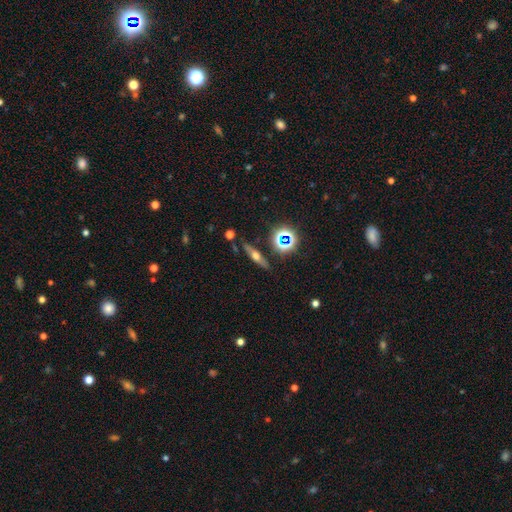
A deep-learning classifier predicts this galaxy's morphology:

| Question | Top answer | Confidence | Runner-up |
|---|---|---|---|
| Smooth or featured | featured or disk | 47% | smooth (37%) |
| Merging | none | 83% | minor disturbance (11%) |